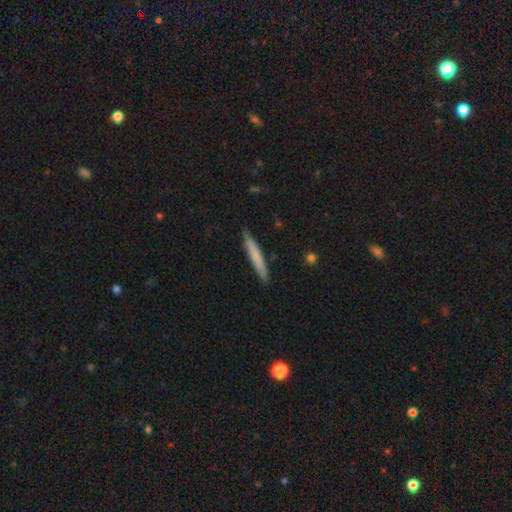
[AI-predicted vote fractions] This is likely a smooth galaxy (68%). How rounded: clearly cigar-shaped (96%). Merging: clearly none (89%).